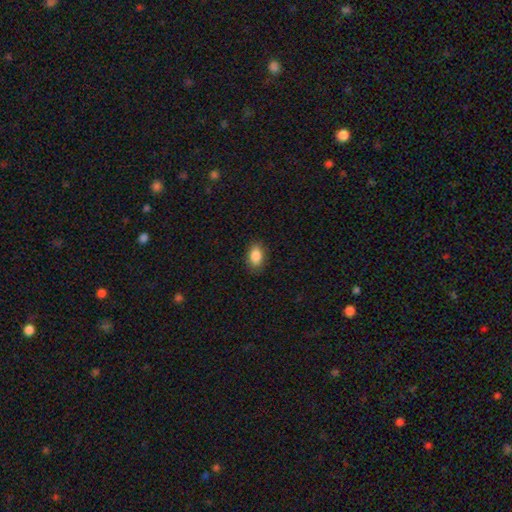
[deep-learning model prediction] A smooth galaxy with no disk features (87%) that is in between round and cigar-shaped (88%).

Vote fractions:
- Smooth or featured? smooth: 87% / star or artifact: 8% / featured or disk: 5%
- How rounded? in between: 88% / round: 11% / cigar-shaped: 2%
- Merging? none: 86% / minor disturbance: 10% / major disturbance: 2% / merger: 1%